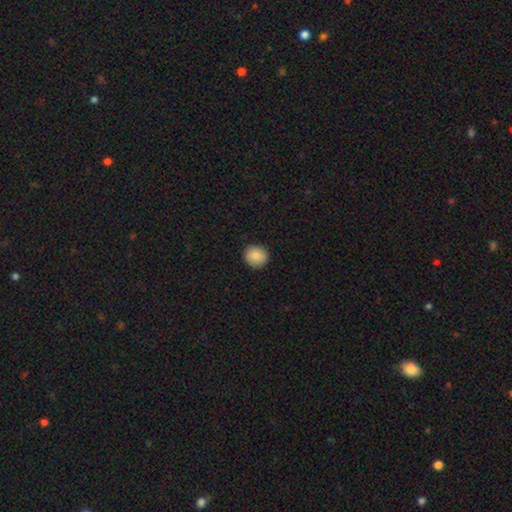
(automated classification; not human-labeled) smooth_or_featured: smooth (p=0.85) [alt: star or artifact p=0.08]
how_rounded: round (p=0.91) [alt: in between p=0.08]
merging: none (p=0.90) [alt: minor disturbance p=0.08]